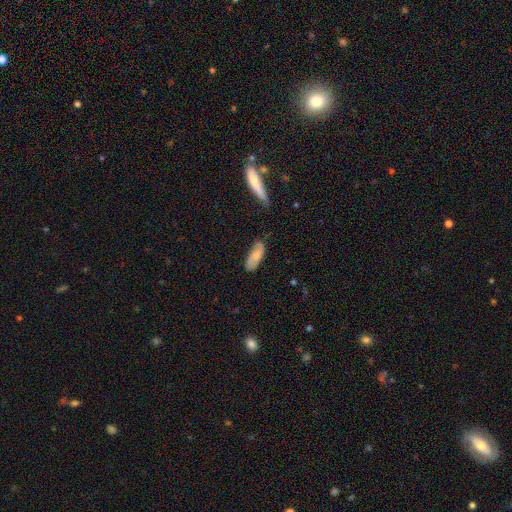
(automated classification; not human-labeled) The model was most divided on "merging": none: 68%, minor disturbance: 25%, major disturbance: 5%, merger: 2%. More confident: how rounded — in between (78%); smooth or featured — smooth (71%).